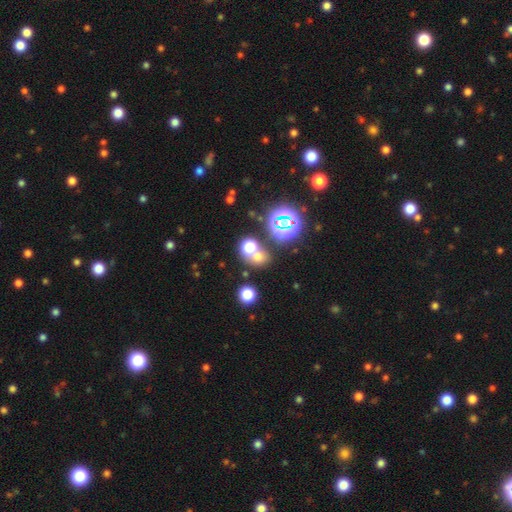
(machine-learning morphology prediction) A smooth galaxy with no disk features (58%) that is round (70%). Merging: none (54%).